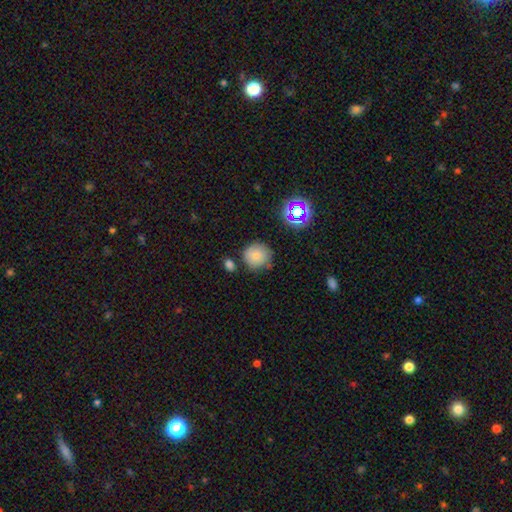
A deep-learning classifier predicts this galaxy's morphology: This appears to be a smooth galaxy with no disk features (78%) that is round (92%). Merging: none (74%).